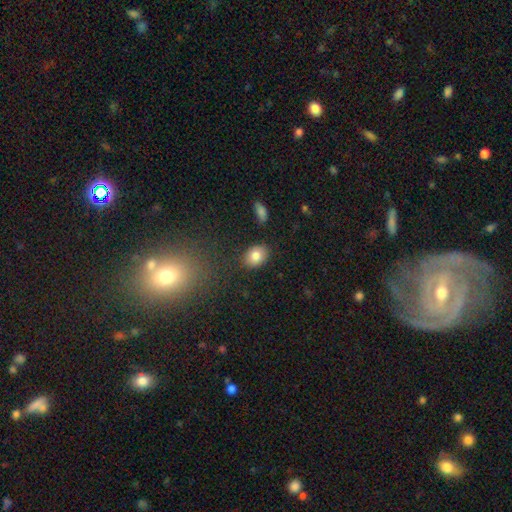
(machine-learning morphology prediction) type=smooth (81%); roundness=in between (66%); merging=none (86%).